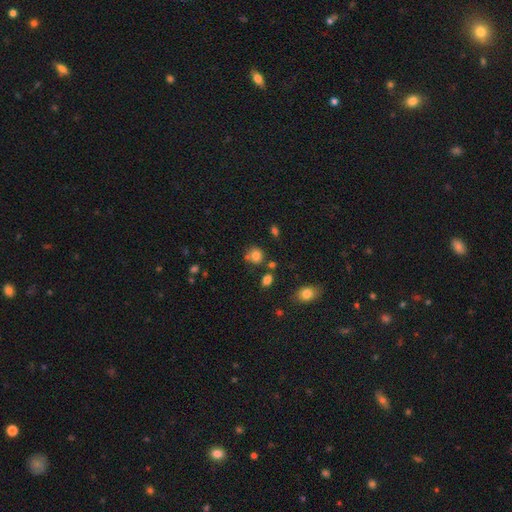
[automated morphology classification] type=smooth (79%); roundness=round (79%); merging=none (68%).